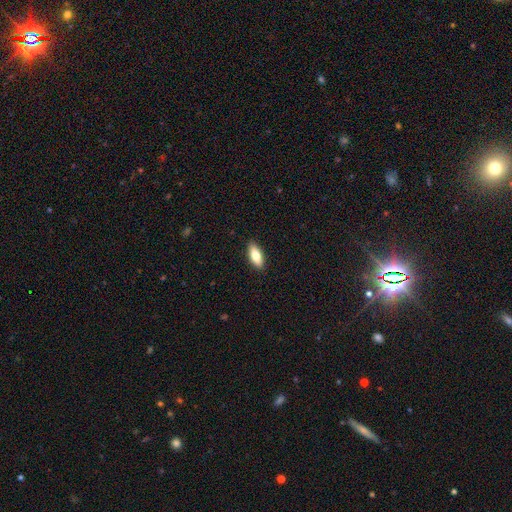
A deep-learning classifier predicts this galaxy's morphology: Smooth or featured?
  - smooth: 77% *
  - featured or disk: 17%
  - star or artifact: 6%
How rounded?
  - in between: 77% *
  - cigar-shaped: 20%
  - round: 2%
Merging?
  - none: 89% *
  - minor disturbance: 8%
  - major disturbance: 2%
  - merger: 1%